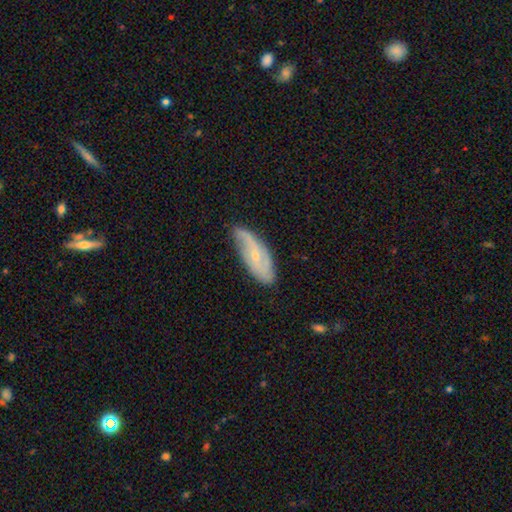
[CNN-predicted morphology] This appears to be a featured or disk galaxy (67%) with no bar (65%), spiral arms (85%) and a small central bulge (70%). Merging: none (66%).